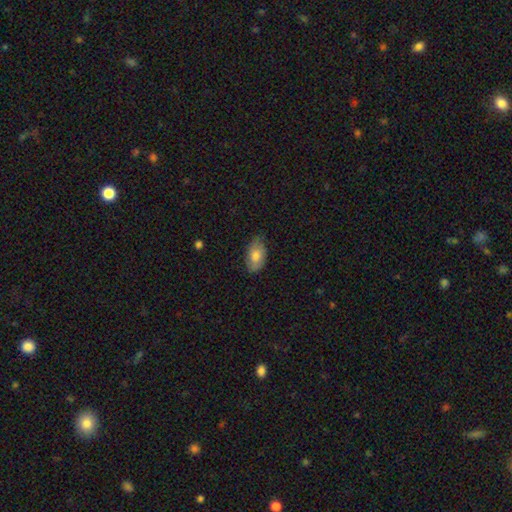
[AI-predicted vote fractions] The model was most divided on "merging": none: 72%, minor disturbance: 23%, major disturbance: 4%, merger: 1%. More confident: how rounded — in between (92%); smooth or featured — smooth (73%).